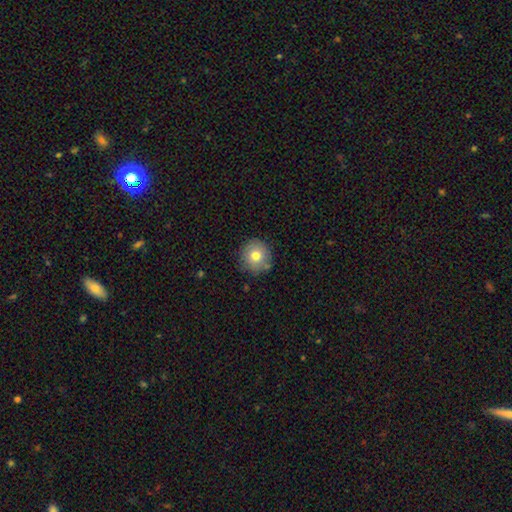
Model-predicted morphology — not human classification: smooth 77%, featured or disk 13%, star or artifact 10%. Down the decision tree: how rounded — round (93%); merging — none (83%).